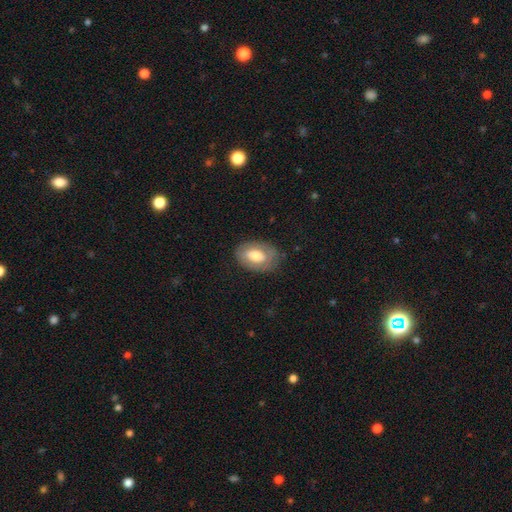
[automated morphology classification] Smooth or featured? smooth (63%)
How rounded? in between (88%)
Merging? none (78%)